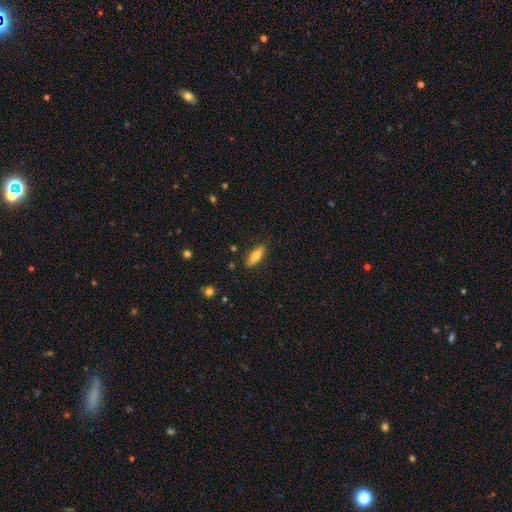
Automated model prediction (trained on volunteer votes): A smooth galaxy with no disk features (75%) that is in between round and cigar-shaped (67%). Merging: none (86%).